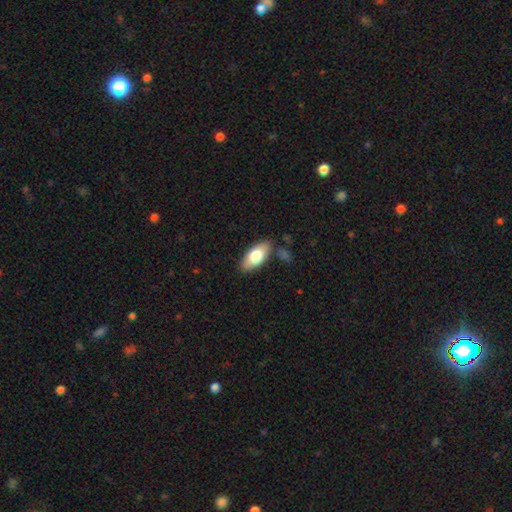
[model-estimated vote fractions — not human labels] This appears to be a smooth galaxy with no disk features (74%) that is in between round and cigar-shaped (87%). Merging: none (82%).